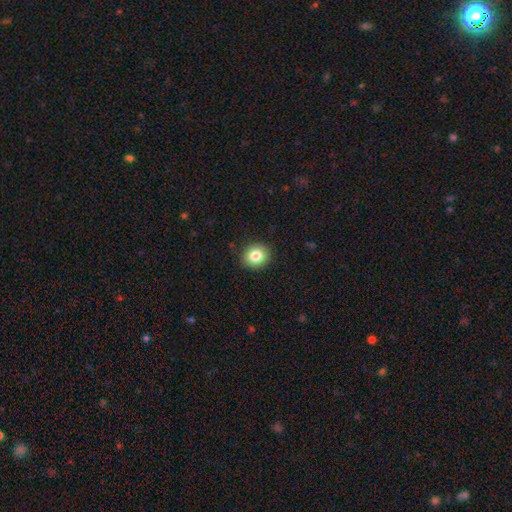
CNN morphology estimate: Q: Smooth or featured?
A: smooth (83%); runner-up: star or artifact (10%)
Q: How rounded?
A: round (74%); runner-up: in between (25%)
Q: Merging?
A: none (89%); runner-up: minor disturbance (8%)